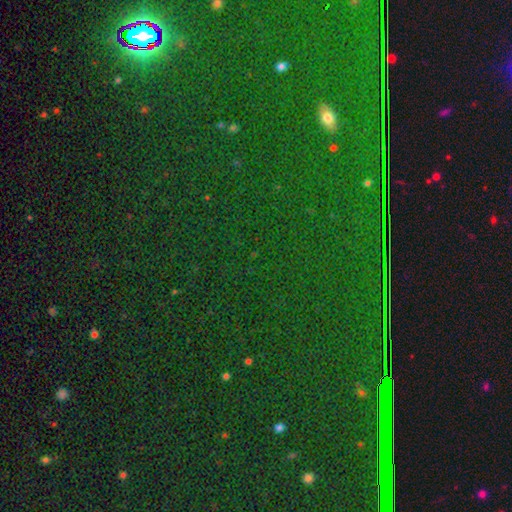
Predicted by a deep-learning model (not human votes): This appears to be a star or artifact, not a galaxy (85%).